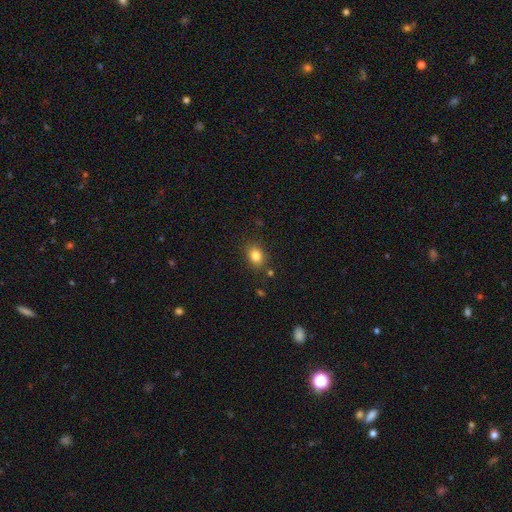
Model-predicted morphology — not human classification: type=smooth (83%); roundness=in between (56%); merging=none (83%).